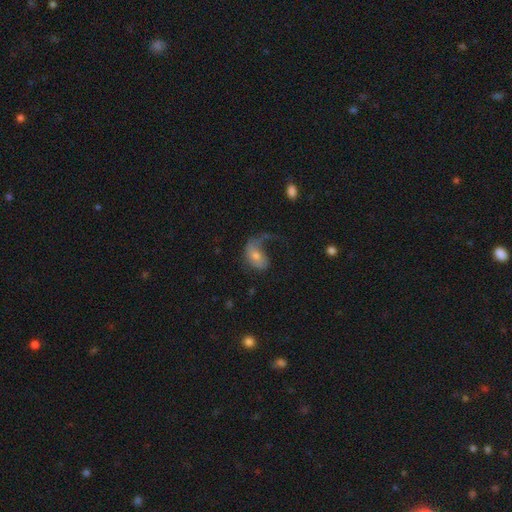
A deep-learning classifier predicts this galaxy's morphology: smooth 49%, featured or disk 42%, star or artifact 9%. Down the decision tree: merging — major disturbance (56%).